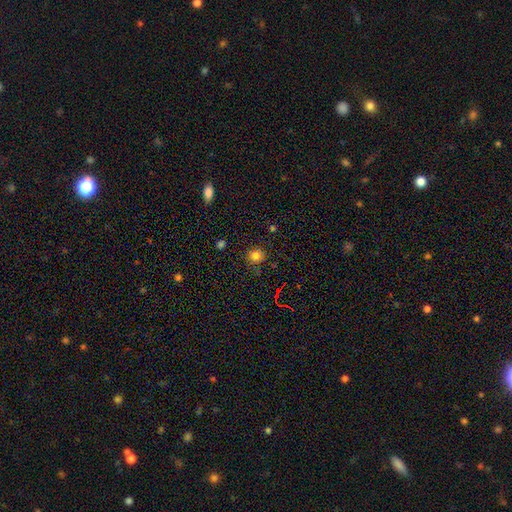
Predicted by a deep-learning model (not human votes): The model was most divided on "smooth or featured": smooth: 79%, star or artifact: 15%, featured or disk: 6%. More confident: how rounded — round (89%); merging — none (86%).